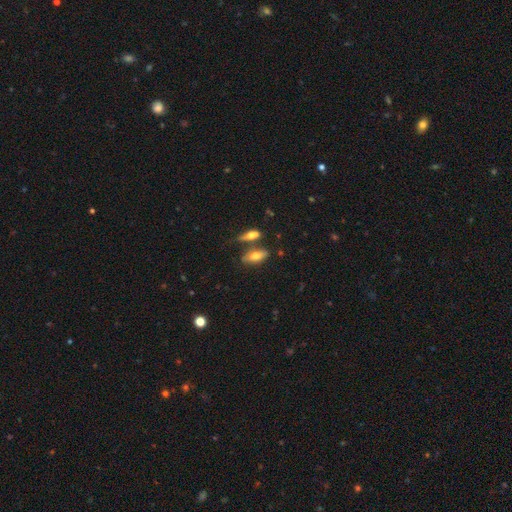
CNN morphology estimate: smooth_or_featured: smooth (p=0.64) [alt: featured or disk p=0.28]
how_rounded: in between (p=0.74) [alt: cigar-shaped p=0.23]
merging: none (p=0.62) [alt: merger p=0.22]